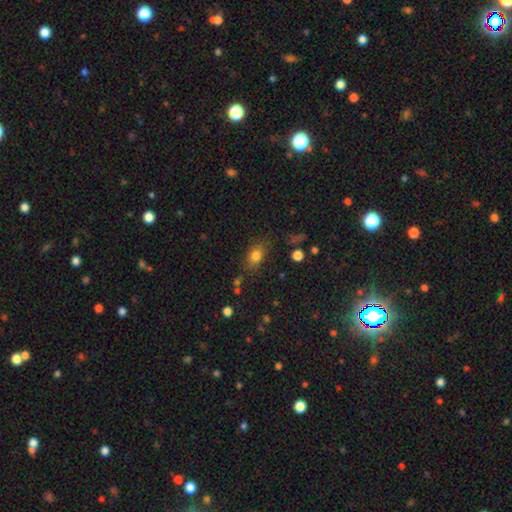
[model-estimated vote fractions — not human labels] A smooth galaxy with no disk features (78%) that is in between round and cigar-shaped (73%). Merging: none (73%).